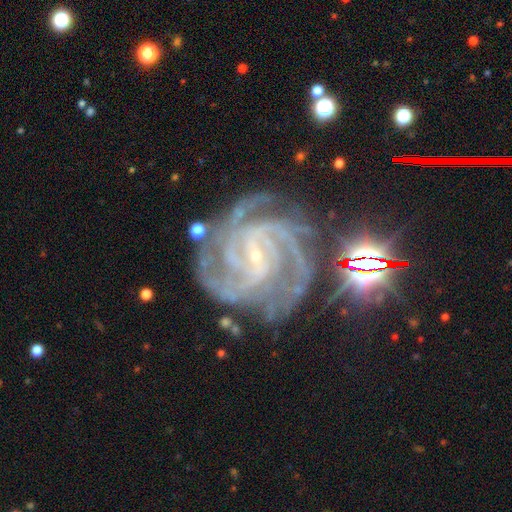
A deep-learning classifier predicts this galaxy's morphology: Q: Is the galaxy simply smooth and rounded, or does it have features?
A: featured or disk — 92%.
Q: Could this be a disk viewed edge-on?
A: no — 98%.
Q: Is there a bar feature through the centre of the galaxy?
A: weak — 42%.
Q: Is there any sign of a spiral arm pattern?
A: yes — 99%.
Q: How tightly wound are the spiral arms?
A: tight — 62%.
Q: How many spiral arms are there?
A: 4 — 33%.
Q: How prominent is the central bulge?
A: small — 88%.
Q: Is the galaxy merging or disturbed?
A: none — 72%.